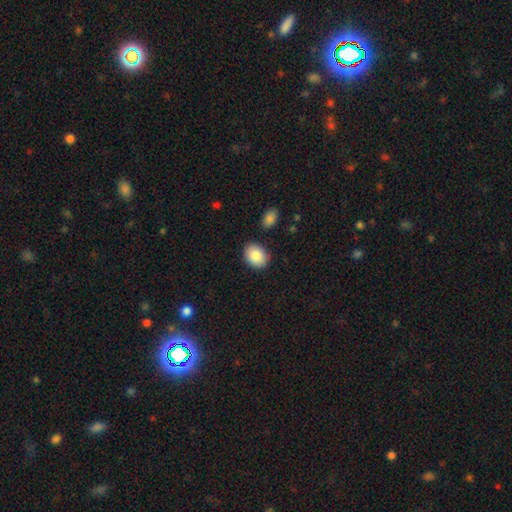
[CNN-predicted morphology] This appears to be a smooth galaxy with no disk features (86%) that is in between round and cigar-shaped (61%). Merging: none (85%).